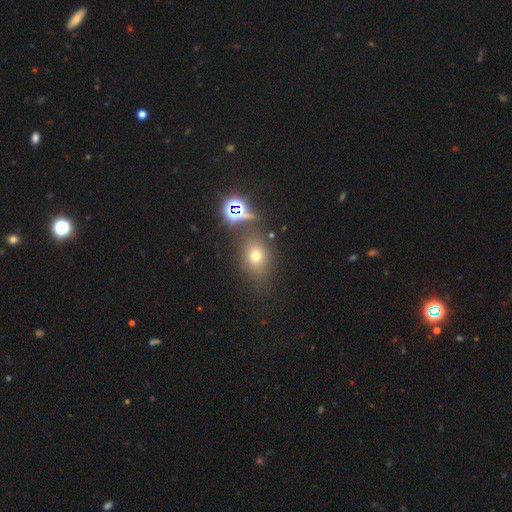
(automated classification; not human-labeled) A smooth galaxy with no disk features (61%) that is in between round and cigar-shaped (60%). Merging: none (75%).